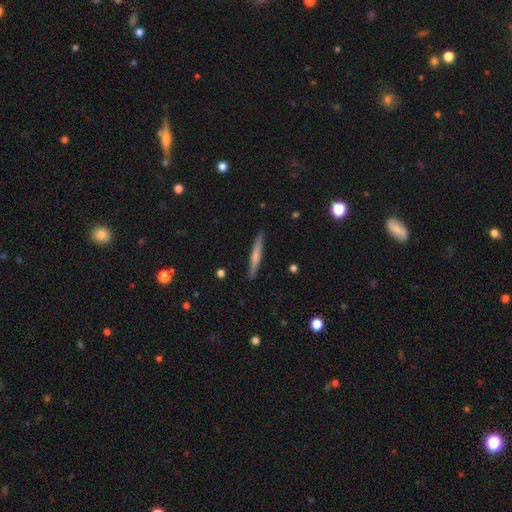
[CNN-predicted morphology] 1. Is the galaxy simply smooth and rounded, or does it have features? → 56% smooth, 38% featured or disk, 6% star or artifact.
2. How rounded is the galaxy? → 95% cigar-shaped, 3% in between, 1% round.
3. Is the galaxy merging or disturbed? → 89% none, 9% minor disturbance, 2% major disturbance, 1% merger.